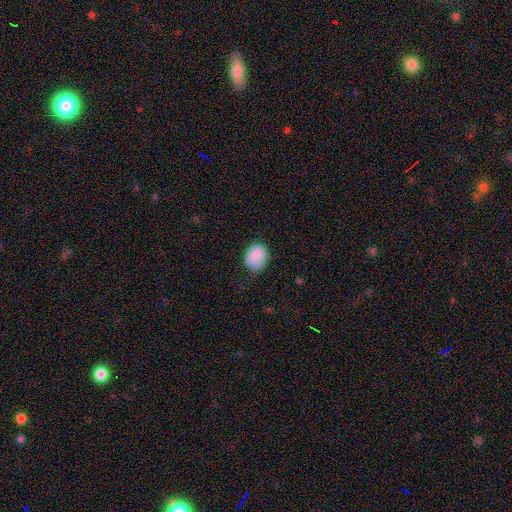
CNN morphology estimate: Overall: smooth (87%). How rounded: round (53%; in between 46%). Merging: none (55%; minor disturbance 34%).